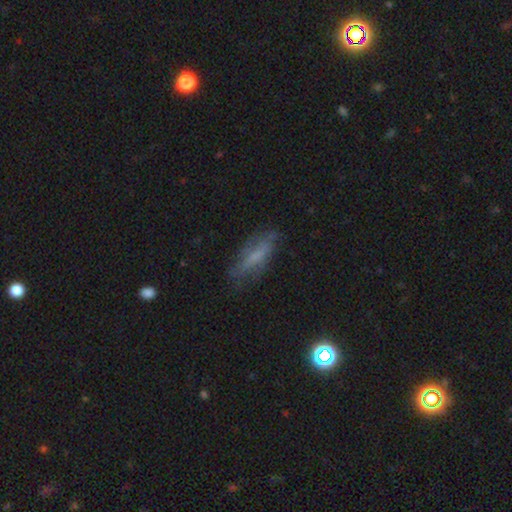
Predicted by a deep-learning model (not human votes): Q: Smooth or featured?
A: smooth (54%); runner-up: featured or disk (35%)
Q: How rounded?
A: cigar-shaped (61%); runner-up: in between (37%)
Q: Merging?
A: none (70%); runner-up: minor disturbance (21%)